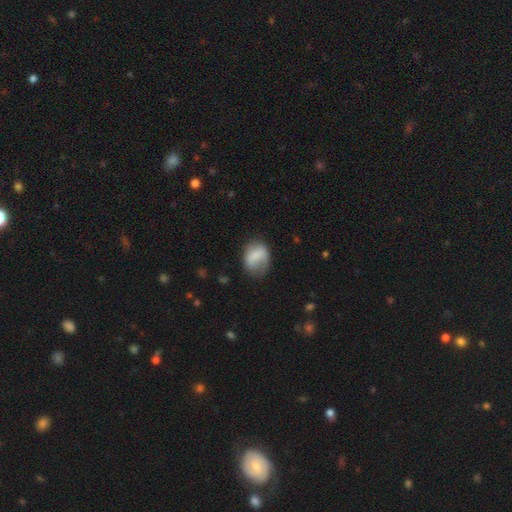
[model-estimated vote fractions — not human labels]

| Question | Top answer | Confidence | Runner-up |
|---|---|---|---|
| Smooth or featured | smooth | 72% | featured or disk (20%) |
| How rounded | in between | 60% | round (39%) |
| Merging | none | 51% | minor disturbance (30%) |